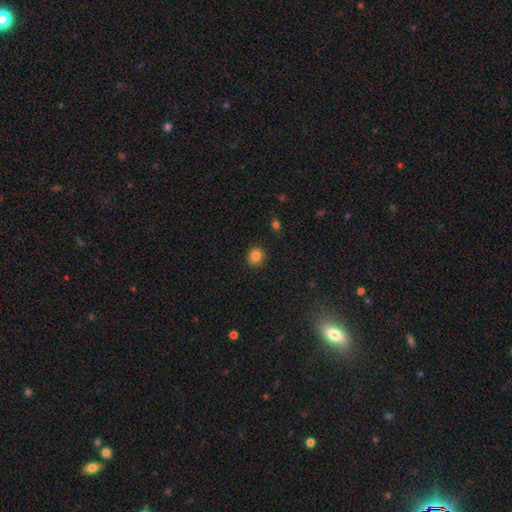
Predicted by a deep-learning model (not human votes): smooth-or-featured: smooth: 84% | star or artifact: 11% | featured or disk: 5%
  how-rounded: round: 86% | in between: 13% | cigar-shaped: 1%
  merging: none: 90% | minor disturbance: 7% | major disturbance: 2% | merger: 1%